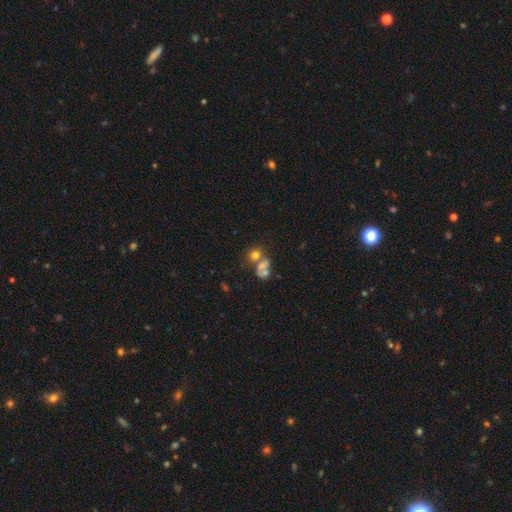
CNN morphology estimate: This is likely a smooth galaxy (62%). How rounded: possibly round (57%). Merging: possibly merger (51%).